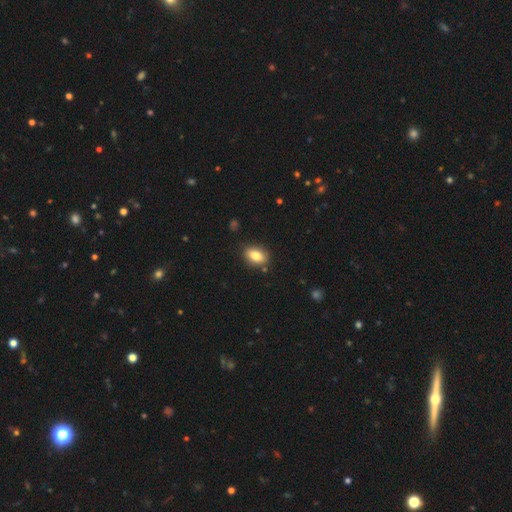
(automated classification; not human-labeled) Q: Smooth or featured?
A: smooth (83%); runner-up: featured or disk (9%)
Q: How rounded?
A: in between (83%); runner-up: round (15%)
Q: Merging?
A: none (84%); runner-up: minor disturbance (11%)